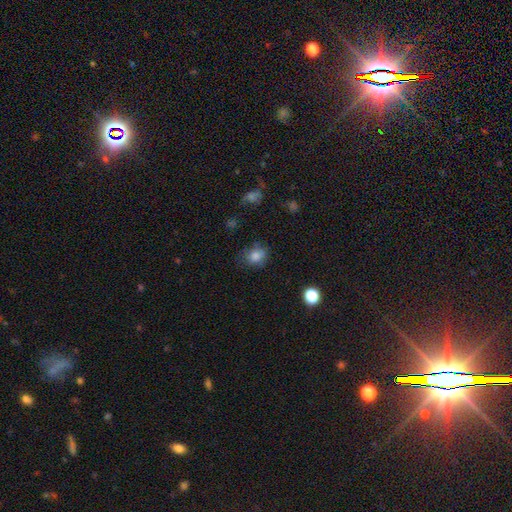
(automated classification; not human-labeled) A smooth galaxy with no disk features (80%) that is round (58%). Merging: none (69%).